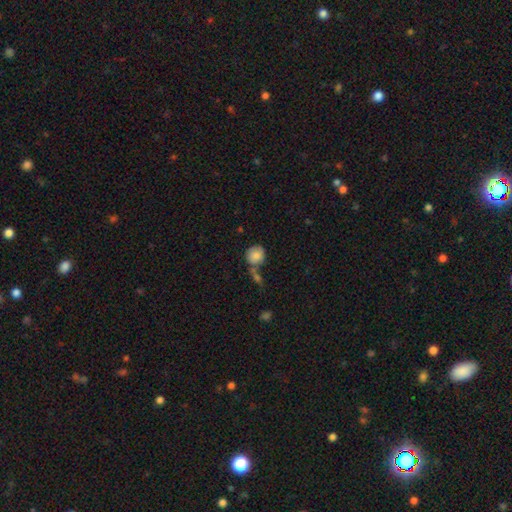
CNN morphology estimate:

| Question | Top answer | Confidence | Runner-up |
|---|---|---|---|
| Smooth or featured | smooth | 81% | featured or disk (11%) |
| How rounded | round | 83% | in between (15%) |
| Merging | none | 49% | merger (26%) |